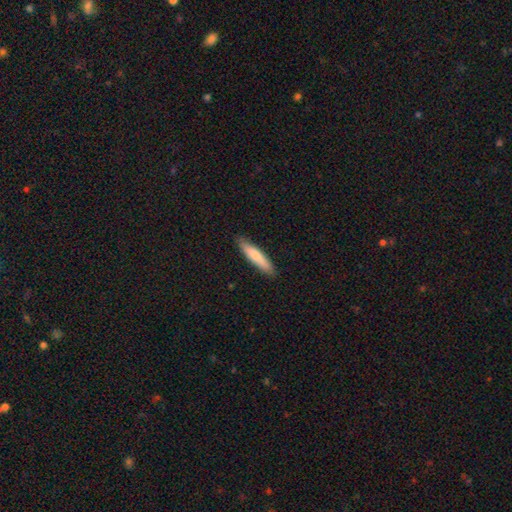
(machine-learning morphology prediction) Smooth or featured?
  - smooth: 78% *
  - featured or disk: 17%
  - star or artifact: 5%
How rounded?
  - cigar-shaped: 85% *
  - in between: 14%
  - round: 1%
Merging?
  - none: 88% *
  - minor disturbance: 9%
  - major disturbance: 2%
  - merger: 1%